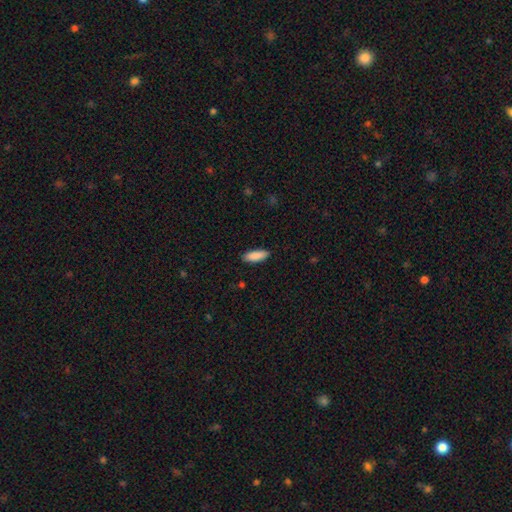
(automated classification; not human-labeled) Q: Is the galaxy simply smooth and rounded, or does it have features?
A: smooth — 90%.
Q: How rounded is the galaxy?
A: in between — 66%.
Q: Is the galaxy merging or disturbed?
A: none — 89%.